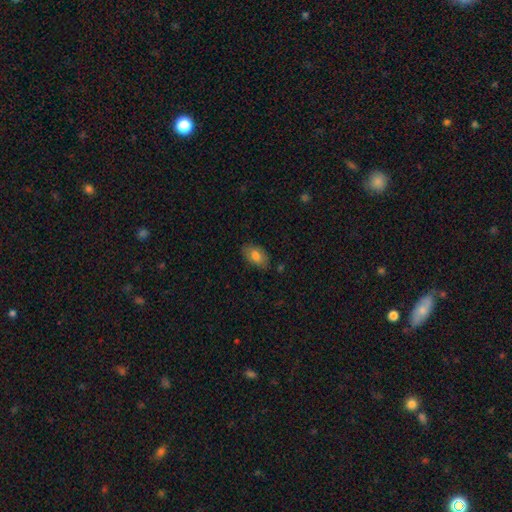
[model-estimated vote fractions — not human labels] Smooth or featured? Predicted: smooth (p=0.77). How rounded? Predicted: in between (p=0.92). Merging? Predicted: none (p=0.79).